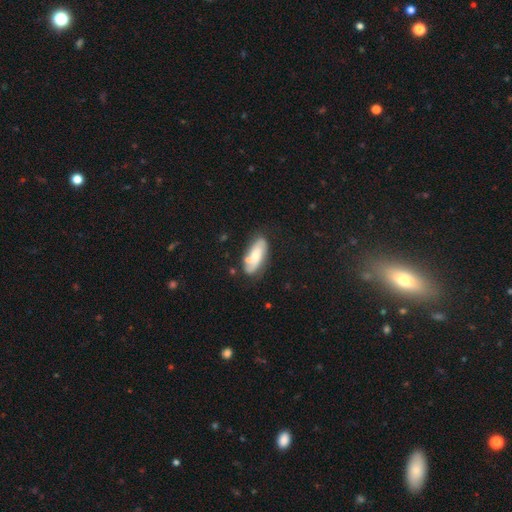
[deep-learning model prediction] This appears to be a featured or disk galaxy (51%). Merging: none (66%).